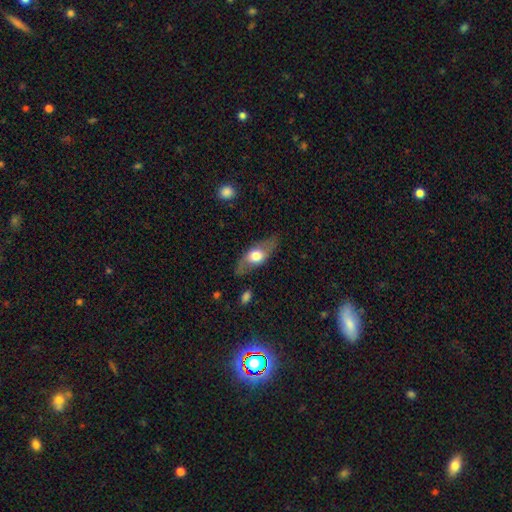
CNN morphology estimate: featured or disk 48%, smooth 46%, star or artifact 6%. Down the decision tree: merging — none (77%).